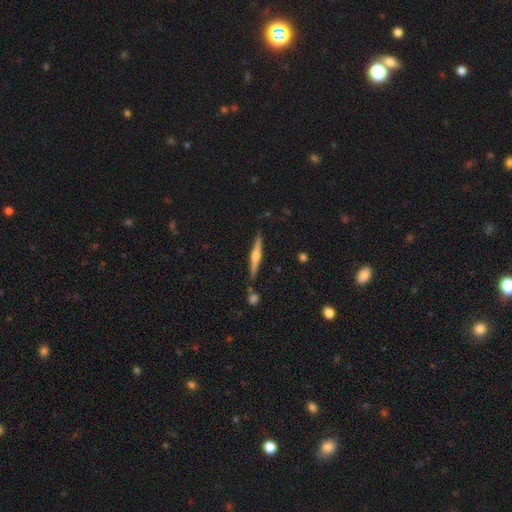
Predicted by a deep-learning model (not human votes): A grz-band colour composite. It shows a featured or disk galaxy (69%) viewed edge-on (98%) with a rounded central bulge (87%). Merging: none (85%).